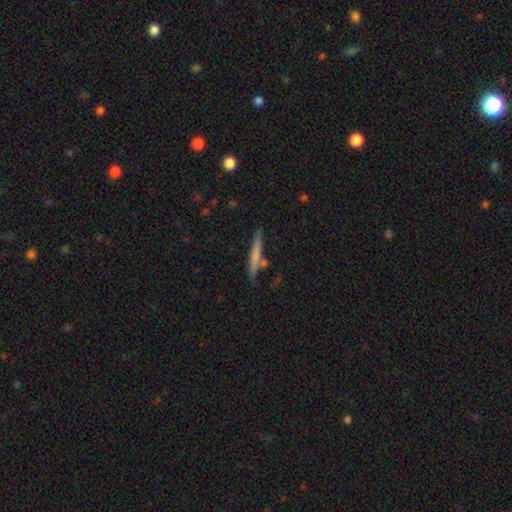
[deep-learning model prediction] The model was most divided on "smooth or featured": smooth: 61%, featured or disk: 33%, star or artifact: 6%. More confident: how rounded — cigar-shaped (95%); merging — none (79%).